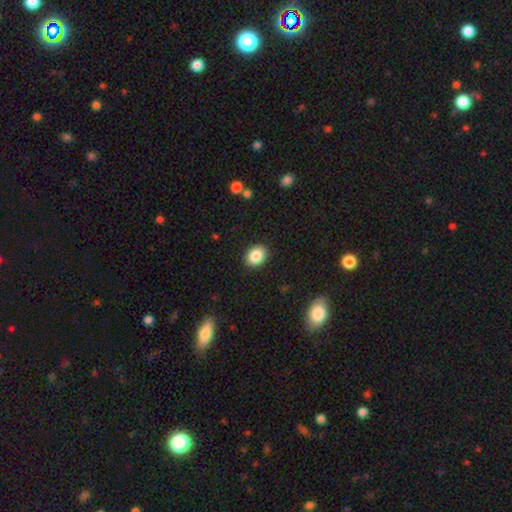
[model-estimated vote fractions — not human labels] smooth-or-featured: smooth: 87% | star or artifact: 8% | featured or disk: 5%
  how-rounded: in between: 60% | round: 39% | cigar-shaped: 1%
  merging: none: 90% | minor disturbance: 7% | major disturbance: 2% | merger: 1%